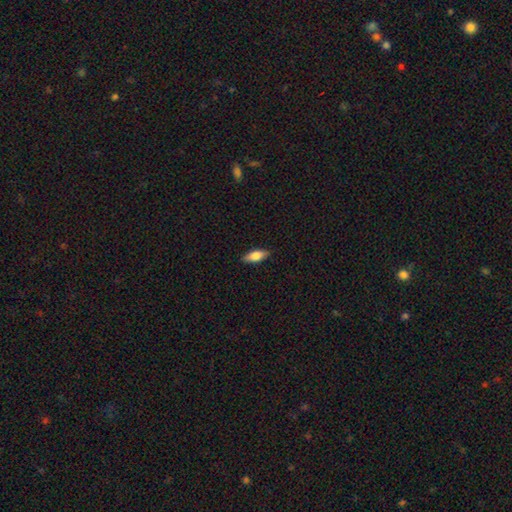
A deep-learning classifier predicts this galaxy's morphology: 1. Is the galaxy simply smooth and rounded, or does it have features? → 79% smooth, 15% featured or disk, 6% star or artifact.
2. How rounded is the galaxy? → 74% in between, 23% cigar-shaped, 2% round.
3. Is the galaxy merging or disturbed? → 88% none, 9% minor disturbance, 2% major disturbance, 1% merger.